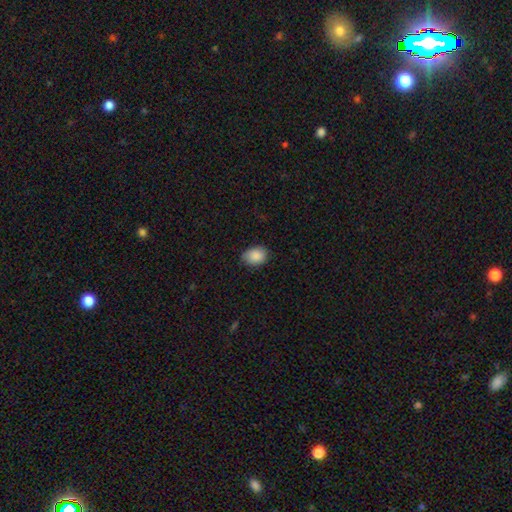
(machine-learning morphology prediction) type=smooth (89%); roundness=in between (73%); merging=none (76%).